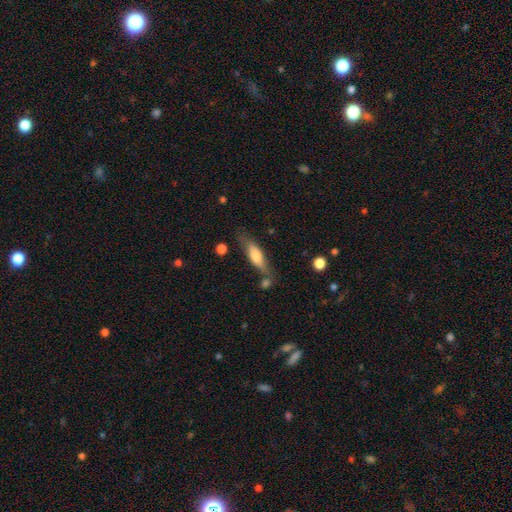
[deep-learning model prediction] The model was most divided on "how rounded": cigar-shaped: 54%, in between: 43%, round: 2%. More confident: merging — none (66%); smooth or featured — smooth (61%).